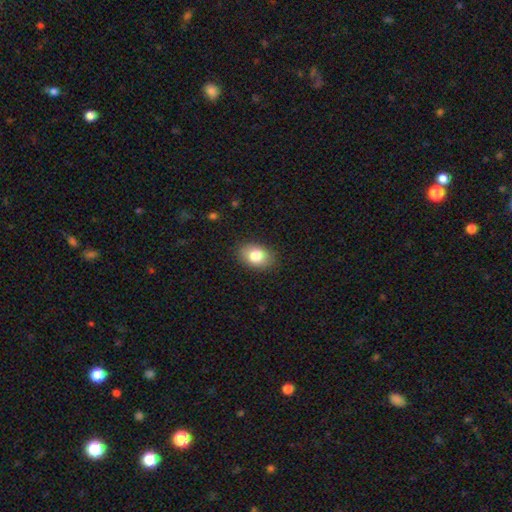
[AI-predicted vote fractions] This is clearly a smooth galaxy (82%). How rounded: likely in between (80%). Merging: clearly none (87%).